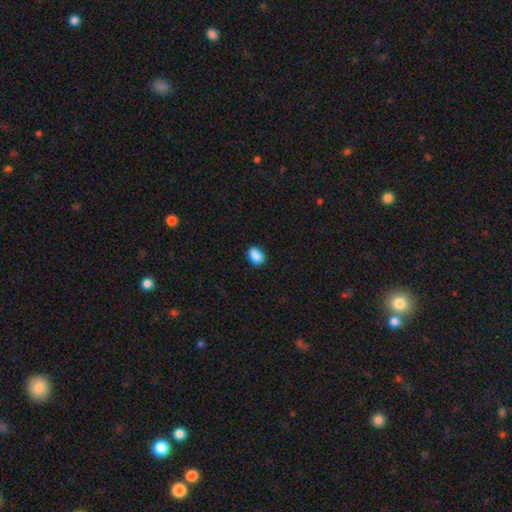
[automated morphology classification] smooth-or-featured: smooth: 88% | star or artifact: 8% | featured or disk: 3%
  how-rounded: in between: 81% | round: 17% | cigar-shaped: 2%
  merging: none: 84% | minor disturbance: 12% | major disturbance: 2% | merger: 1%